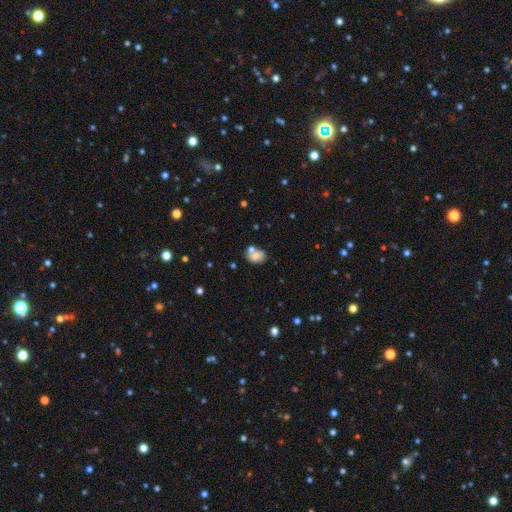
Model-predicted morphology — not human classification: smooth 72%, featured or disk 17%, star or artifact 10%. Down the decision tree: how rounded — in between (68%); merging — none (50%).